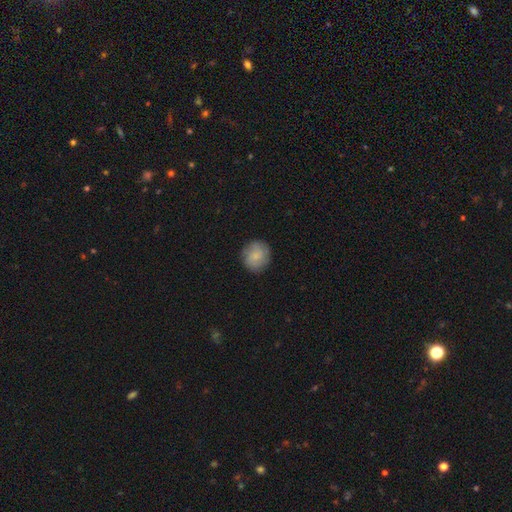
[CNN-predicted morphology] Overall: smooth (75%). How rounded: round (88%). Merging: none (85%).